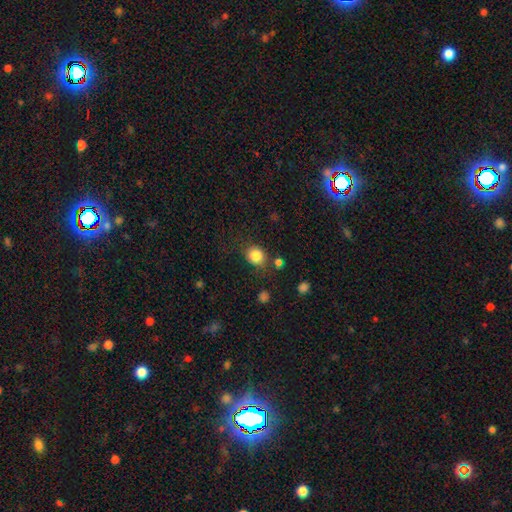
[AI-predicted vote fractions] Q: Smooth or featured?
A: smooth (84%); runner-up: star or artifact (10%)
Q: How rounded?
A: round (76%); runner-up: in between (24%)
Q: Merging?
A: none (75%); runner-up: minor disturbance (14%)